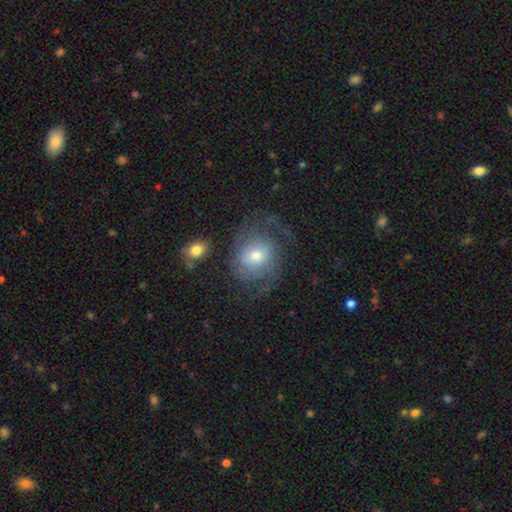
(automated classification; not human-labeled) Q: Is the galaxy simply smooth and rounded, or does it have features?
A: featured or disk — 61%.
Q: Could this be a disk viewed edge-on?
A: no — 97%.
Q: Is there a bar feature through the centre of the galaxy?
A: no — 64%.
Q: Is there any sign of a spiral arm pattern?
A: yes — 82%.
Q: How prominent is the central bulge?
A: moderate — 58%.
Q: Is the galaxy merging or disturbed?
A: none — 51%.